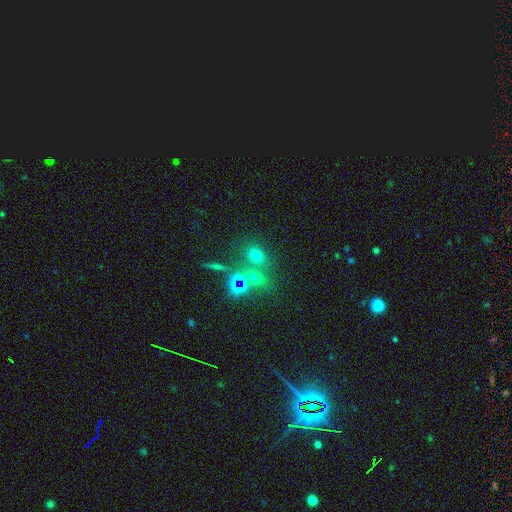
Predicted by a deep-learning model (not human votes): This appears to be a smooth galaxy with no disk features (58%) that is in between round and cigar-shaped (52%). Merging: none (59%).